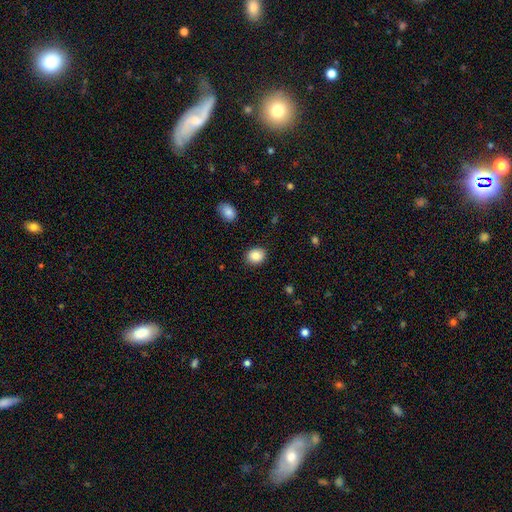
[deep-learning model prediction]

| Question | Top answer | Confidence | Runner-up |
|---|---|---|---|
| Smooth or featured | smooth | 87% | star or artifact (8%) |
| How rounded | round | 59% | in between (40%) |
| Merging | none | 89% | minor disturbance (8%) |